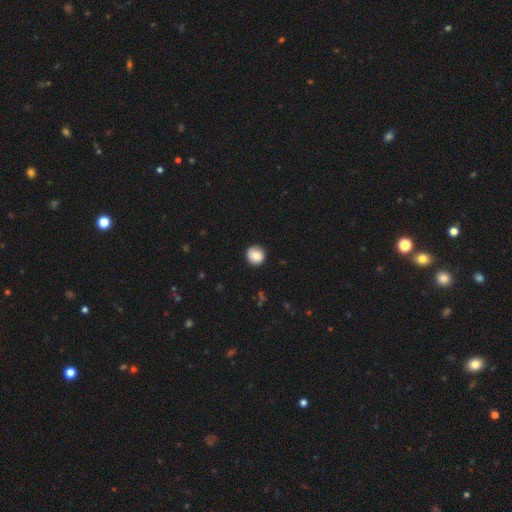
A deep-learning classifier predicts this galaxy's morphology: smooth 84%, featured or disk 9%, star or artifact 8%. Down the decision tree: how rounded — round (93%); merging — none (88%).